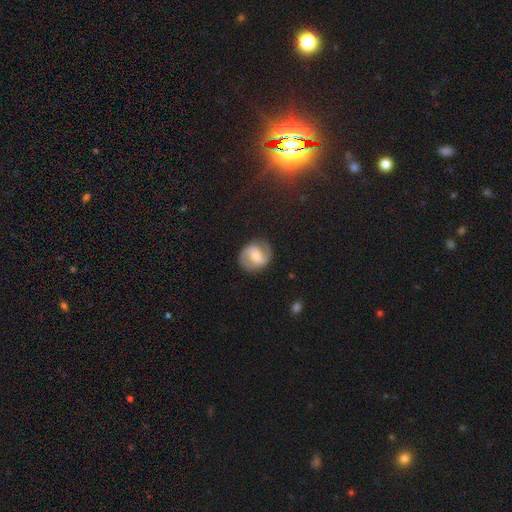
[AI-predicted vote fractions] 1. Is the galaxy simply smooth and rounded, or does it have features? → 69% featured or disk, 24% smooth, 6% star or artifact.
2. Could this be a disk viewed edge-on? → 97% no, 3% yes.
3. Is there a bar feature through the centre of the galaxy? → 47% weak, 27% no, 26% strong.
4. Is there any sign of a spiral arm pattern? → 90% yes, 10% no.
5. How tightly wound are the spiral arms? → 49% medium, 26% loose, 25% tight.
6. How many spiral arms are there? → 89% 2, 5% can't tell, 3% 1, 1% 3, 1% 4, 1% more than 4.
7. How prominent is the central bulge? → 53% moderate, 33% small, 8% large, 5% none, 2% dominant.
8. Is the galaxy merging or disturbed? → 82% none, 12% minor disturbance, 4% major disturbance, 1% merger.